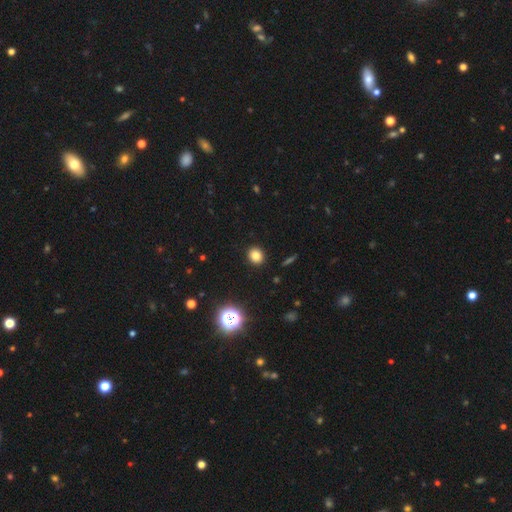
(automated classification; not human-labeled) Overall: smooth (81%). How rounded: round (79%). Merging: none (92%).